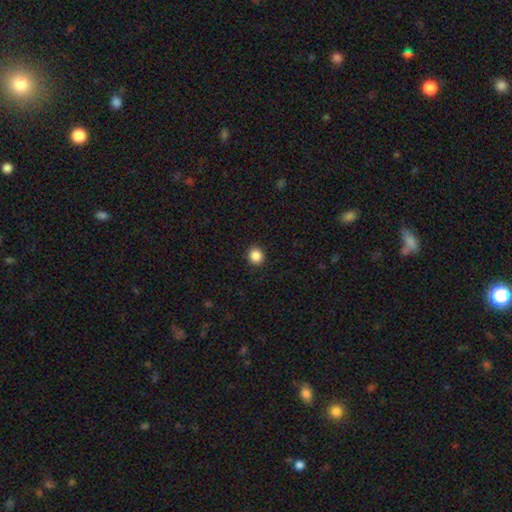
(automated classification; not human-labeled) Smooth or featured?
  - smooth: 87% *
  - star or artifact: 10%
  - featured or disk: 3%
How rounded?
  - round: 88% *
  - in between: 11%
  - cigar-shaped: 1%
Merging?
  - none: 92% *
  - minor disturbance: 6%
  - major disturbance: 2%
  - merger: 1%